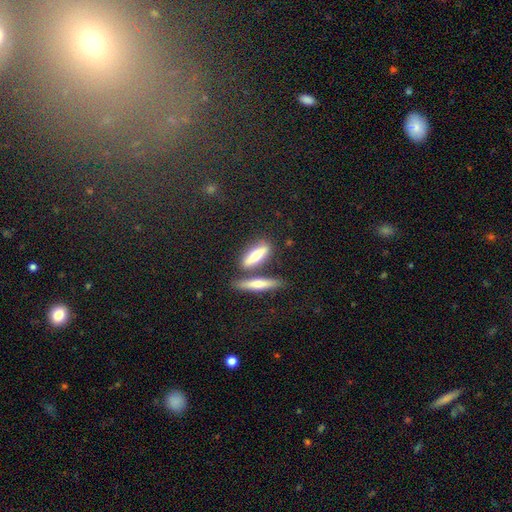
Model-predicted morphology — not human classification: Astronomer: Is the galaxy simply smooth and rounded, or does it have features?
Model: smooth — 59% (runner-up: featured or disk, 34%).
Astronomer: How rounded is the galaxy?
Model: cigar-shaped — 56% (runner-up: in between, 40%).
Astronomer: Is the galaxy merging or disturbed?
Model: none — 67%.